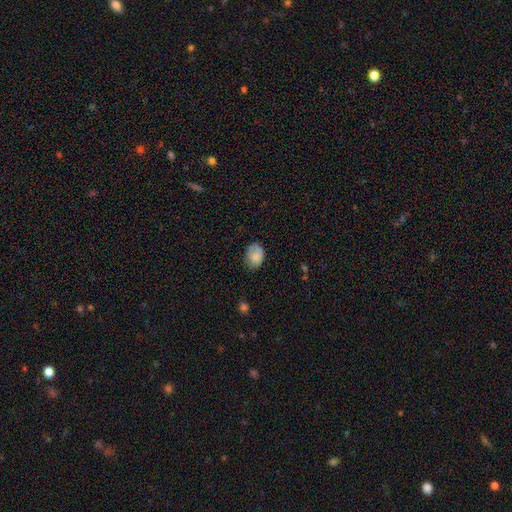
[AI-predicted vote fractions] Smooth or featured: smooth — 79% (featured or disk — 13%)
How rounded: in between — 75% (round — 24%)
Merging: none — 61% (minor disturbance — 29%)